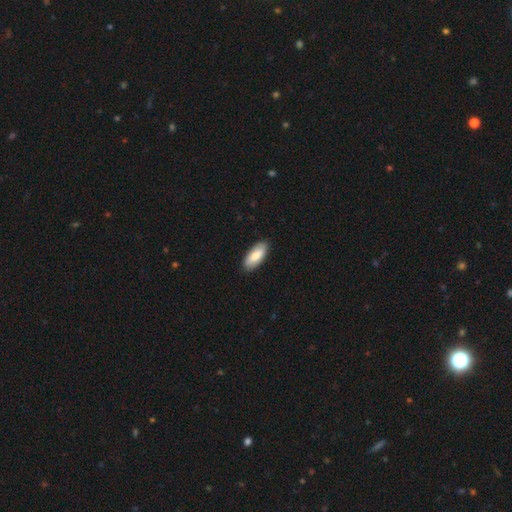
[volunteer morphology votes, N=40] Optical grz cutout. It shows a smooth galaxy with no disk features (90%) that is in between round and cigar-shaped (94%). Merging: none (92%).